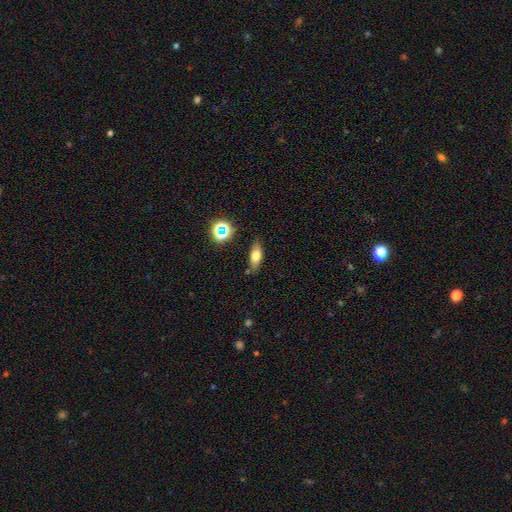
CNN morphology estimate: The model was most divided on "smooth or featured": smooth: 66%, featured or disk: 23%, star or artifact: 11%. More confident: merging — none (78%); how rounded — in between (71%).